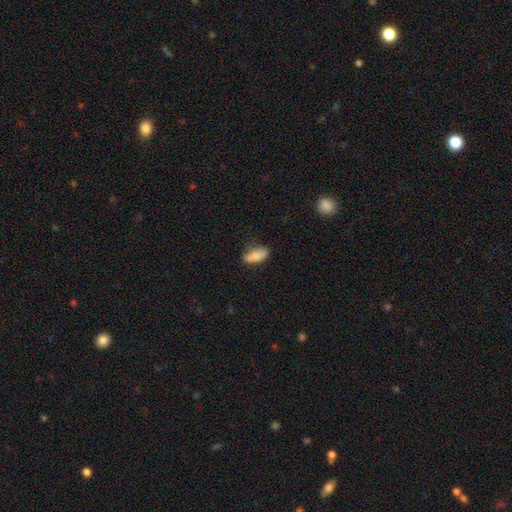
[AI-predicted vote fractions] This appears to be a smooth galaxy with no disk features (80%) that is in between round and cigar-shaped (81%). Merging: none (63%).